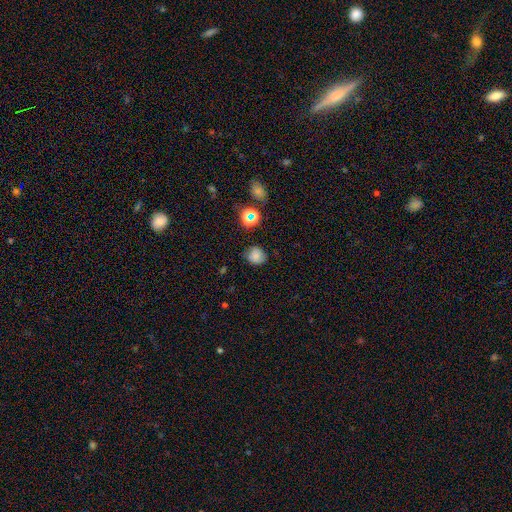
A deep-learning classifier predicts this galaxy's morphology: This appears to be a smooth galaxy with no disk features (73%) that is round (76%). Merging: none (74%).